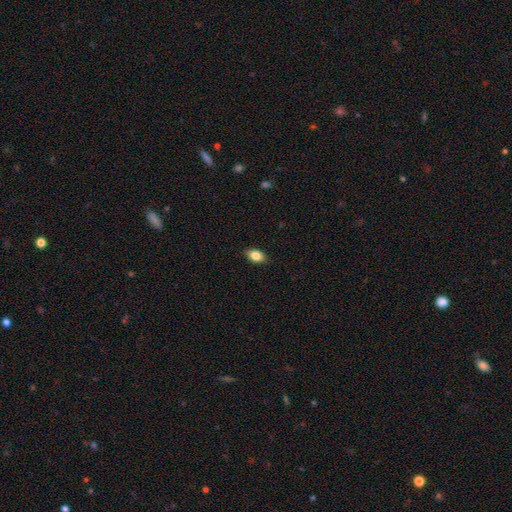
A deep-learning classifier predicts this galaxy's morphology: smooth 83%, featured or disk 10%, star or artifact 8%. Down the decision tree: how rounded — in between (88%); merging — none (87%).